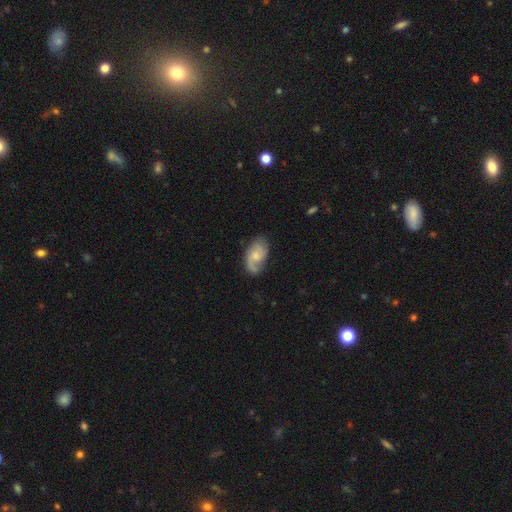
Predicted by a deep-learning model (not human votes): Smooth or featured? Predicted: featured or disk (p=0.63). Edge-on disk? Predicted: no (p=0.96). Bar? Predicted: no (p=0.64). Spiral arms? Predicted: yes (p=0.91). Spiral winding? Predicted: medium (p=0.43). Spiral arm count? Predicted: 2 (p=0.65). Bulge size? Predicted: moderate (p=0.43, tied with small). Merging? Predicted: none (p=0.66).